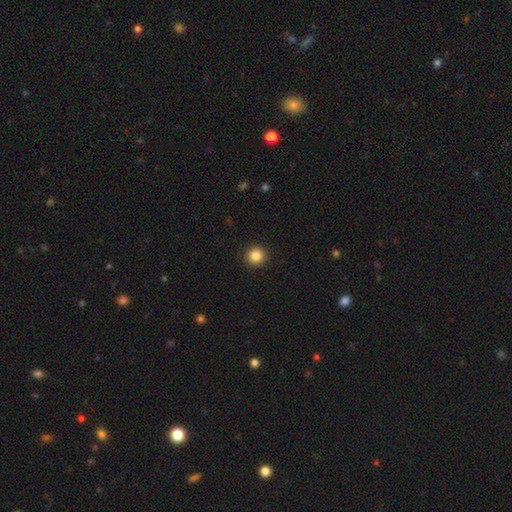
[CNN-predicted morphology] Overall: smooth (86%). How rounded: round (94%). Merging: none (93%).